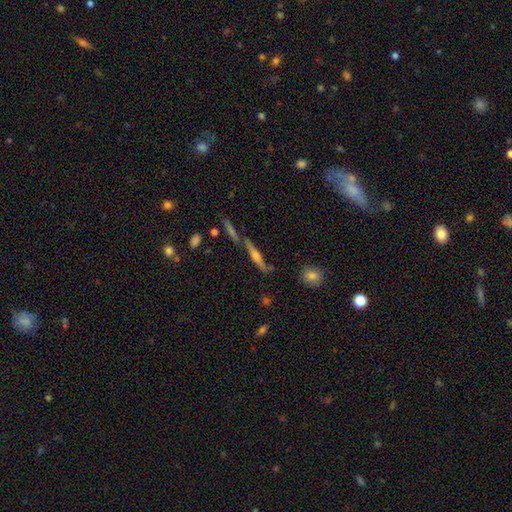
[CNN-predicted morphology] This is likely a featured or disk galaxy (61%). It is clearly viewed edge-on (89%). Edge-on bulge: likely rounded (68%). Merging: possibly none (60%).